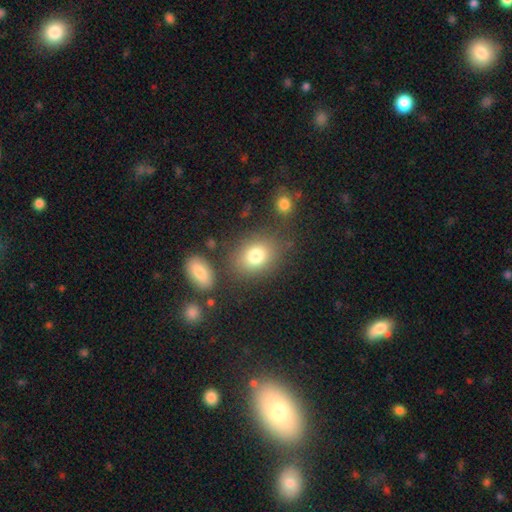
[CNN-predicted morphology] The model was most divided on "how rounded": in between: 53%, round: 45%, cigar-shaped: 1%. More confident: smooth or featured — smooth (79%); merging — none (74%).